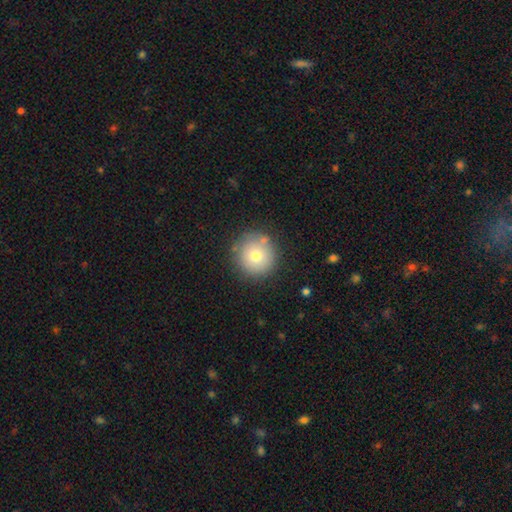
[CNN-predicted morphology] type=smooth (74%); roundness=round (95%); merging=none (82%).